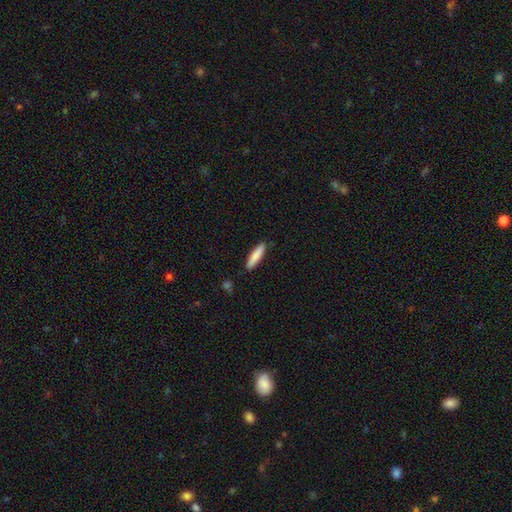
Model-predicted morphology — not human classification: smooth-or-featured: smooth: 82% | featured or disk: 12% | star or artifact: 5%
  how-rounded: cigar-shaped: 81% | in between: 18% | round: 1%
  merging: none: 89% | minor disturbance: 8% | major disturbance: 2% | merger: 1%